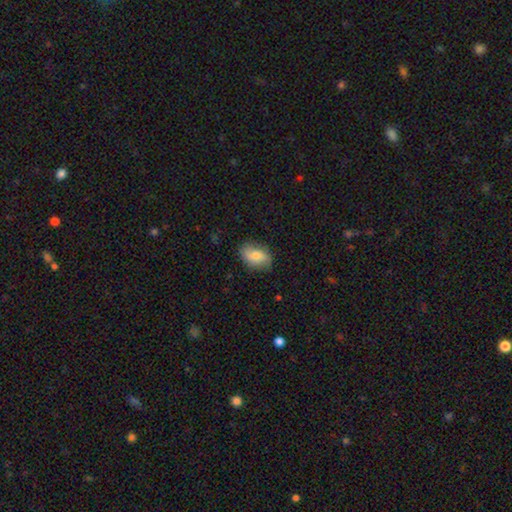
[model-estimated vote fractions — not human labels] Overall: smooth (69%). How rounded: in between (84%). Merging: none (78%).